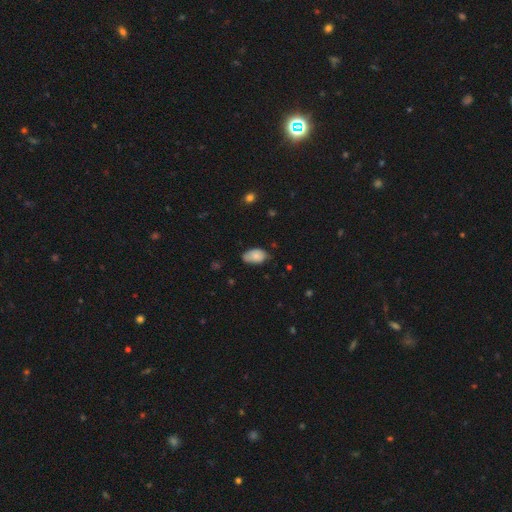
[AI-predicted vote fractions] smooth-or-featured: smooth: 81% | featured or disk: 11% | star or artifact: 7%
  how-rounded: in between: 92% | round: 7% | cigar-shaped: 1%
  merging: none: 60% | minor disturbance: 33% | major disturbance: 5% | merger: 2%